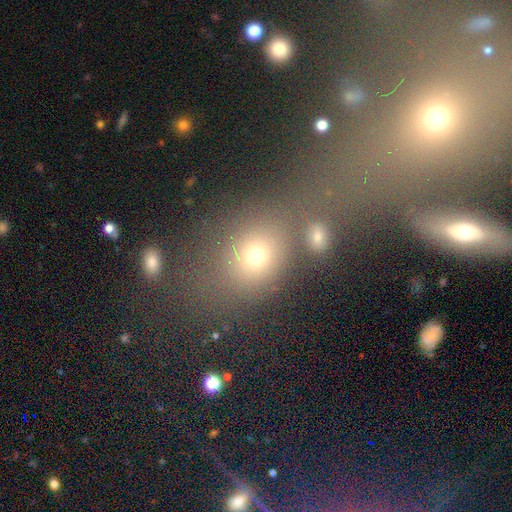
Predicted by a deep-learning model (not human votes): Smooth or featured? smooth (62%)
How rounded? round (50%)
Merging? none (51%)